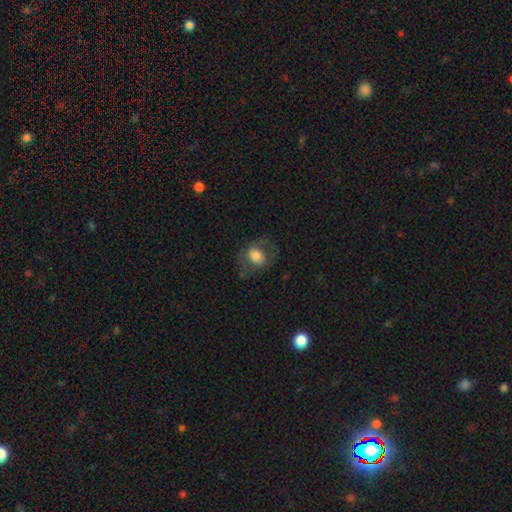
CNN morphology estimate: Smooth or featured: smooth — 63% (featured or disk — 29%)
How rounded: in between — 52% (round — 47%)
Merging: none — 63% (minor disturbance — 19%)